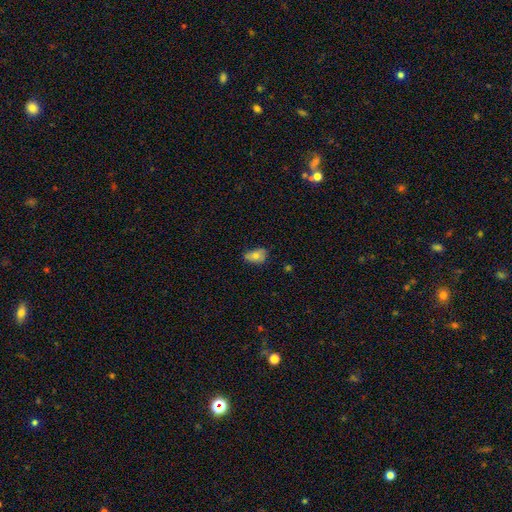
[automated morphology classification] Smooth or featured? smooth (73%)
How rounded? in between (83%)
Merging? none (56%)